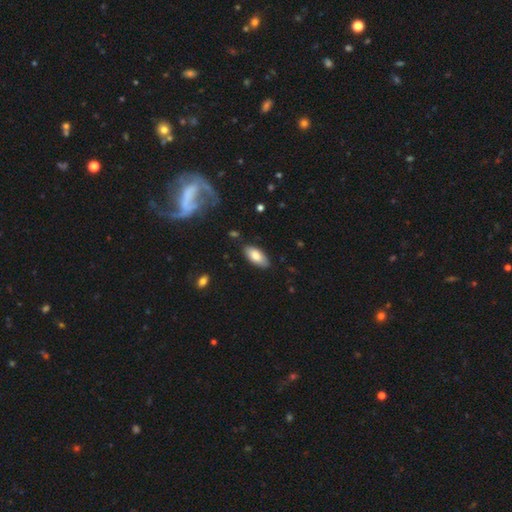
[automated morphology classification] Smooth or featured?
  - smooth: 82% *
  - featured or disk: 11%
  - star or artifact: 6%
How rounded?
  - in between: 90% *
  - cigar-shaped: 8%
  - round: 2%
Merging?
  - none: 84% *
  - minor disturbance: 12%
  - major disturbance: 2%
  - merger: 2%